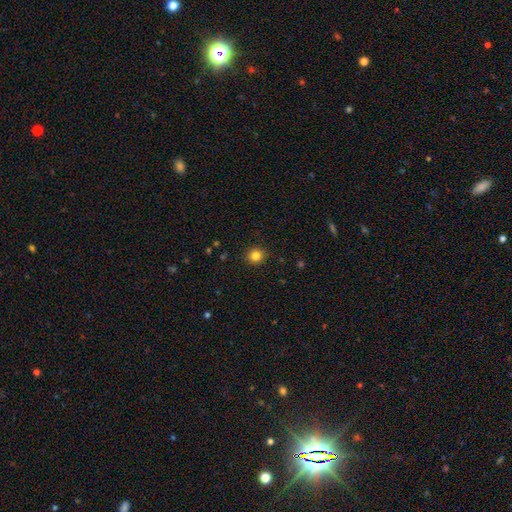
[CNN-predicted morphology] Smooth or featured: smooth — 83% (star or artifact — 12%)
How rounded: round — 89% (in between — 10%)
Merging: none — 92% (minor disturbance — 5%)